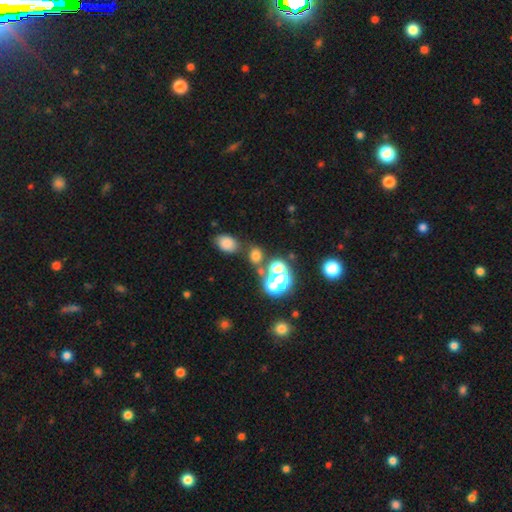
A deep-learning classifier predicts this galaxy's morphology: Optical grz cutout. It shows a smooth galaxy with no disk features (56%) that is round (55%). Merging: none (53%).